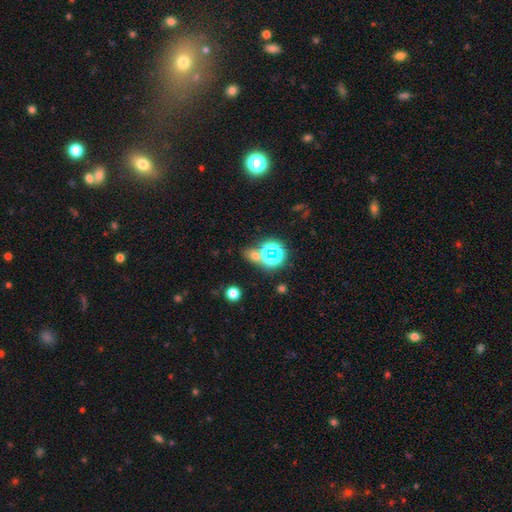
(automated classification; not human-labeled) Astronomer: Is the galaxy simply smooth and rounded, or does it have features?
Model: smooth — 46% (runner-up: star or artifact, 45%).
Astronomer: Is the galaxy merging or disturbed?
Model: none — 62%.